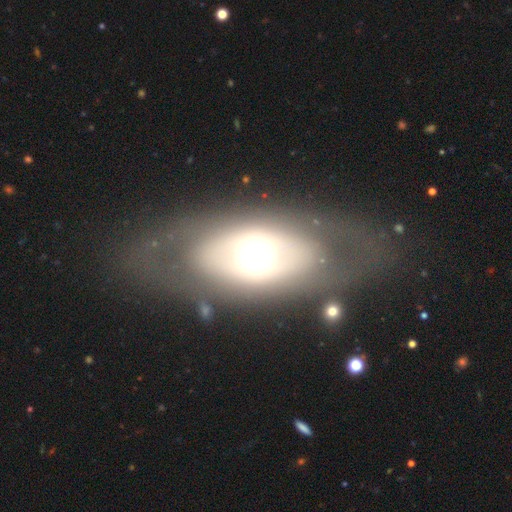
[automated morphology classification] smooth_or_featured: featured or disk (p=0.58) [alt: smooth p=0.34]
disk_edge_on: no (p=0.85) [alt: yes p=0.15]
merging: none (p=0.75) [alt: minor disturbance p=0.12]